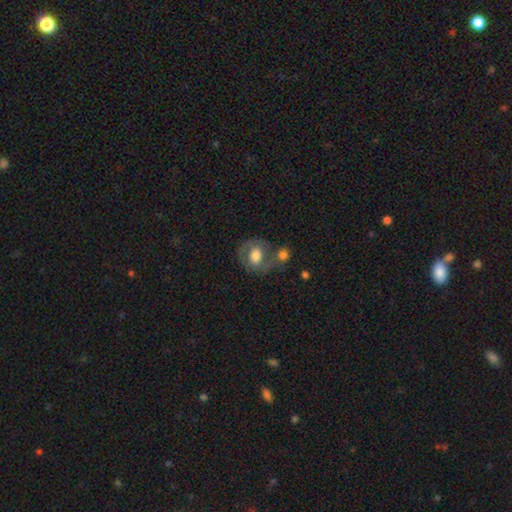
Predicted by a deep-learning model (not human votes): This appears to be a smooth galaxy with no disk features (57%) that is round (55%). Merging: none (46%).